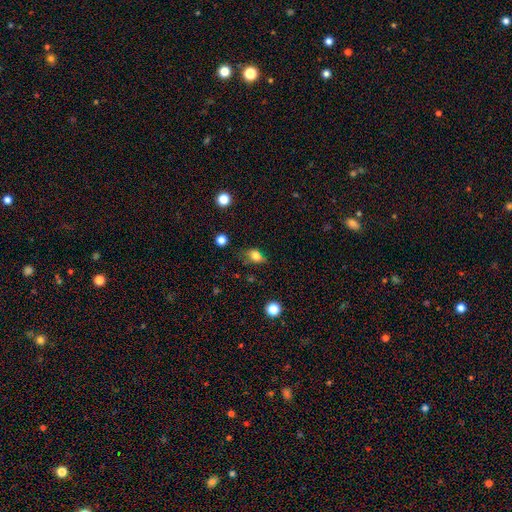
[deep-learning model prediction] smooth 80%, star or artifact 11%, featured or disk 9%. Down the decision tree: how rounded — in between (70%); merging — none (55%).